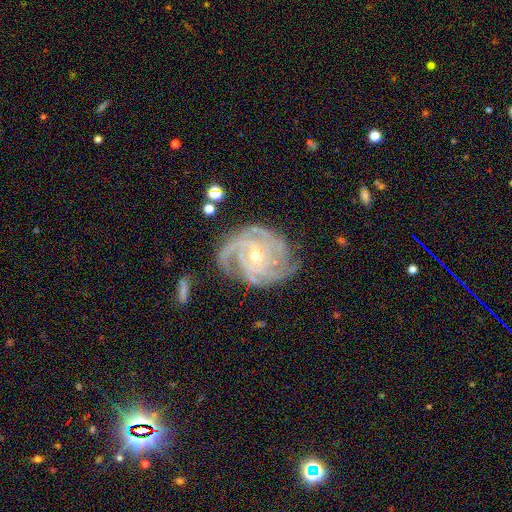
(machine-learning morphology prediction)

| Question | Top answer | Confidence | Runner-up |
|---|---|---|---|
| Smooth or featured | featured or disk | 91% | star or artifact (5%) |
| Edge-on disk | no | 97% | yes (3%) |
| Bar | no | 54% | weak (34%) |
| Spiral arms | yes | 98% | no (2%) |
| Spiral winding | tight | 67% | medium (28%) |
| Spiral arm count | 3 | 33% | 2 (19%) |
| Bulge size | small | 57% | moderate (41%) |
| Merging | none | 69% | minor disturbance (20%) |